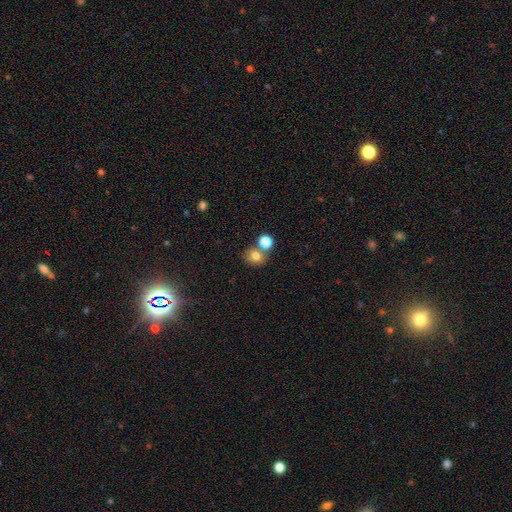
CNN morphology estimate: Smooth or featured: smooth — 76% (star or artifact — 14%)
How rounded: round — 61% (in between — 38%)
Merging: none — 56% (merger — 30%)